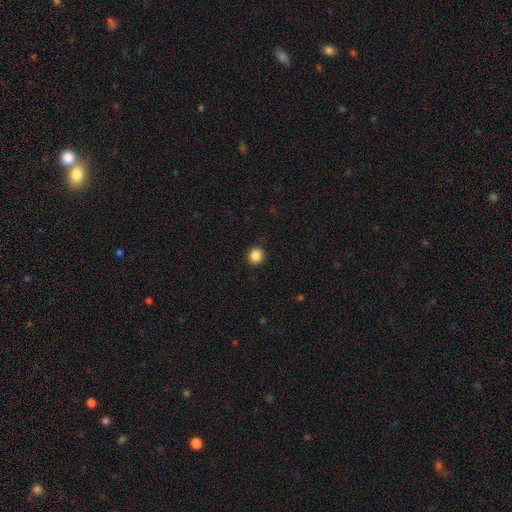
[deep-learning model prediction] A smooth galaxy with no disk features (87%) that is round (91%). Merging: none (92%).